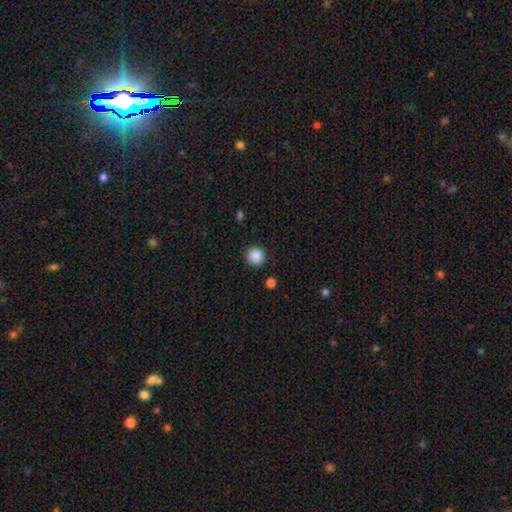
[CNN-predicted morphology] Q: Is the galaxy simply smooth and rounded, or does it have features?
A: smooth — 88%.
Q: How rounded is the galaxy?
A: round — 93%.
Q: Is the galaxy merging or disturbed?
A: none — 90%.